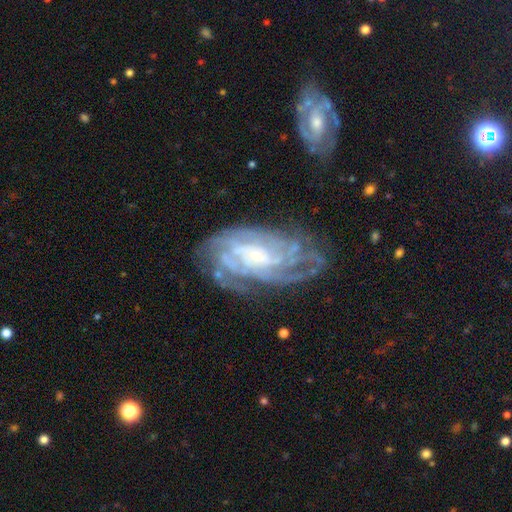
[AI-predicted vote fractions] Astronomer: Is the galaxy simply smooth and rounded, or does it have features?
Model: featured or disk — 86%.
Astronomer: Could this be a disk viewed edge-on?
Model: no — 96%.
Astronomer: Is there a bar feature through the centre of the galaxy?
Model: no — 57% (runner-up: weak, 32%).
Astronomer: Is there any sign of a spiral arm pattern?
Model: yes — 94%.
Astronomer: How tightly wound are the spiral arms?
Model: tight — 67%.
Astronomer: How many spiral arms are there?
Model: can't tell — 35% (runner-up: 4, 24%).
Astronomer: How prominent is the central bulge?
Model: small — 80%.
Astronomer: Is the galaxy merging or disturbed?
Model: none — 66%.